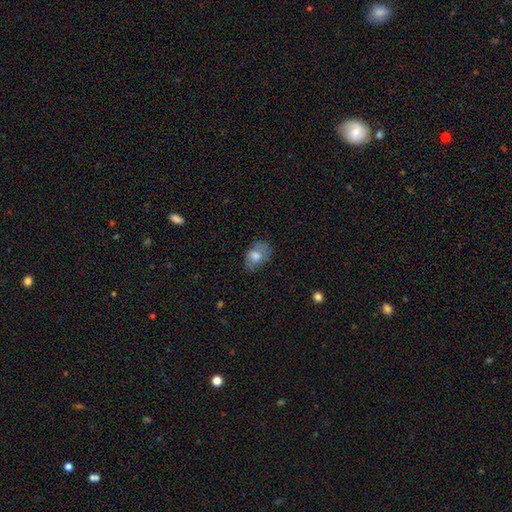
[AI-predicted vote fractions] smooth_or_featured: smooth (p=0.69) [alt: featured or disk p=0.22]
how_rounded: in between (p=0.81) [alt: round p=0.18]
merging: none (p=0.54) [alt: minor disturbance p=0.30]